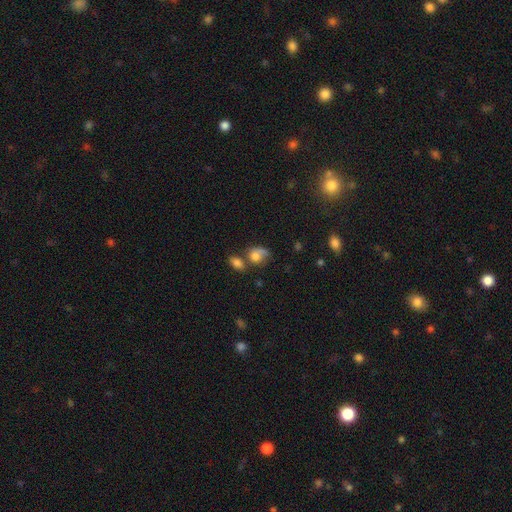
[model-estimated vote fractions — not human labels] Smooth or featured? smooth (72%)
How rounded? in between (54%)
Merging? none (31%)